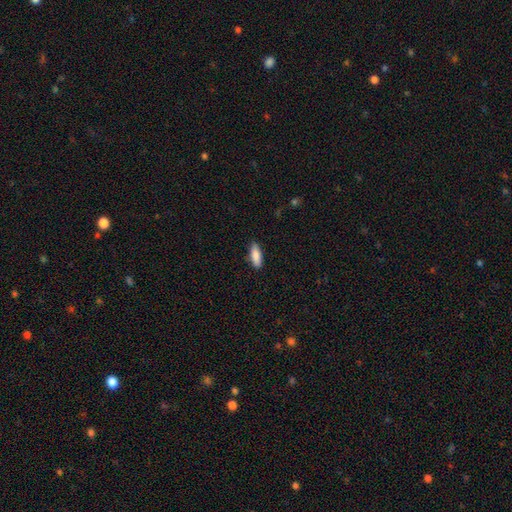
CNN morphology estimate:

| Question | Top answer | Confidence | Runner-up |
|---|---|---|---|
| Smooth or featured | smooth | 87% | featured or disk (7%) |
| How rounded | in between | 62% | cigar-shaped (36%) |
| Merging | none | 86% | minor disturbance (11%) |